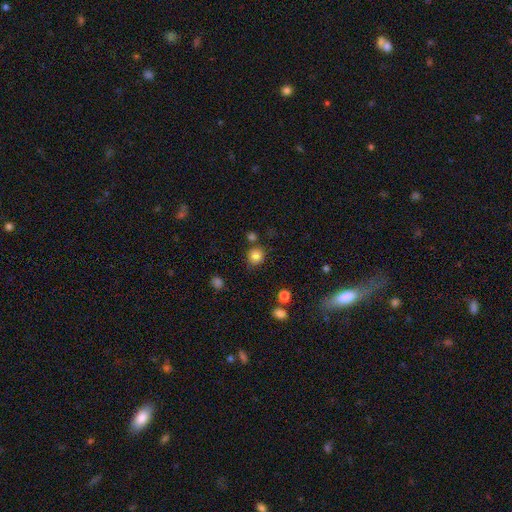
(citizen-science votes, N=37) Smooth or featured? smooth (97%)
How rounded? round (86%)
Merging? none (81%)